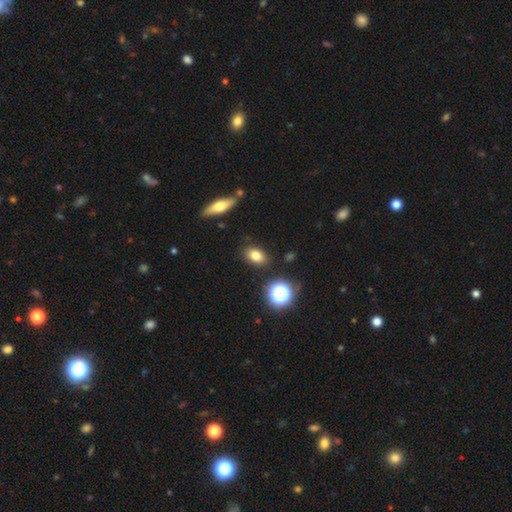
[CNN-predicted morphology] A smooth galaxy with no disk features (78%) that is in between round and cigar-shaped (74%).

Vote fractions:
- Smooth or featured? smooth: 78% / star or artifact: 13% / featured or disk: 9%
- How rounded? in between: 74% / round: 24% / cigar-shaped: 2%
- Merging? none: 86% / minor disturbance: 9% / major disturbance: 3% / merger: 2%